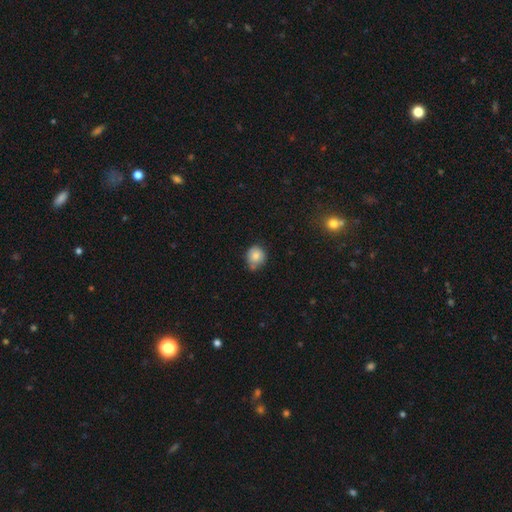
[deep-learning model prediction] smooth 82%, star or artifact 10%, featured or disk 9%. Down the decision tree: how rounded — round (82%); merging — none (60%).